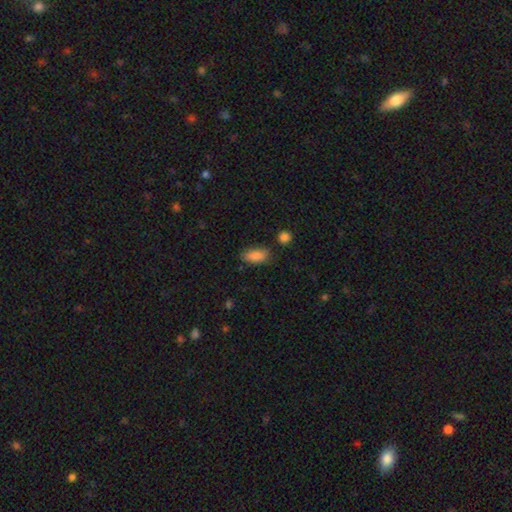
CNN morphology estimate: Smooth or featured: smooth — 86% (star or artifact — 7%)
How rounded: in between — 87% (cigar-shaped — 10%)
Merging: none — 78% (minor disturbance — 15%)